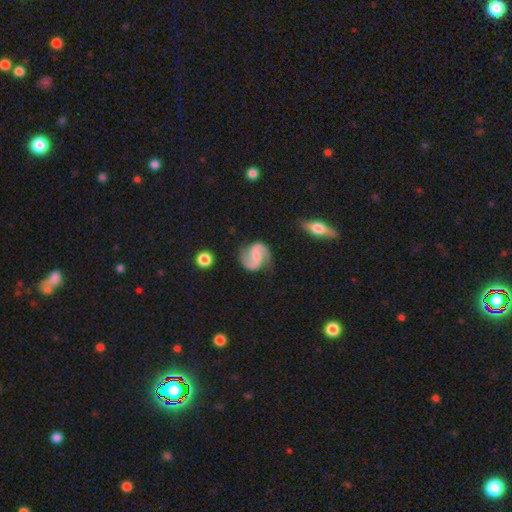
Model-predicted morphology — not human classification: Smooth or featured: featured or disk — 88% (smooth — 7%)
Edge-on disk: no — 98% (yes — 2%)
Bar: weak — 43% (no — 34%)
Spiral arms: yes — 98% (no — 2%)
Spiral winding: medium — 52% (loose — 32%)
Spiral arm count: 2 — 94% (can't tell — 2%)
Bulge size: none — 47% (small — 28%)
Merging: none — 80% (minor disturbance — 14%)